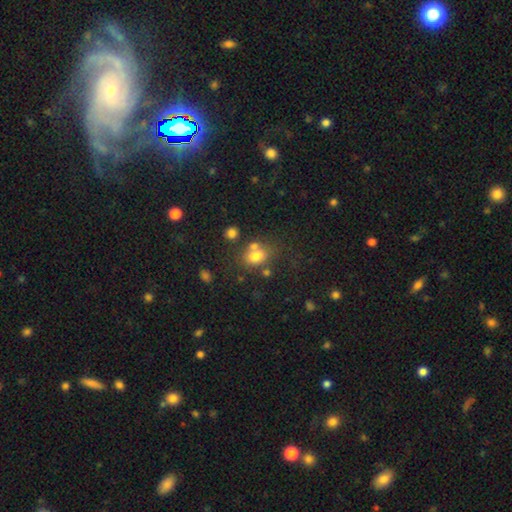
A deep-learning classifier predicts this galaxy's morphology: The model was most divided on "how rounded": in between: 53%, round: 46%, cigar-shaped: 1%. More confident: smooth or featured — smooth (75%); merging — none (54%).